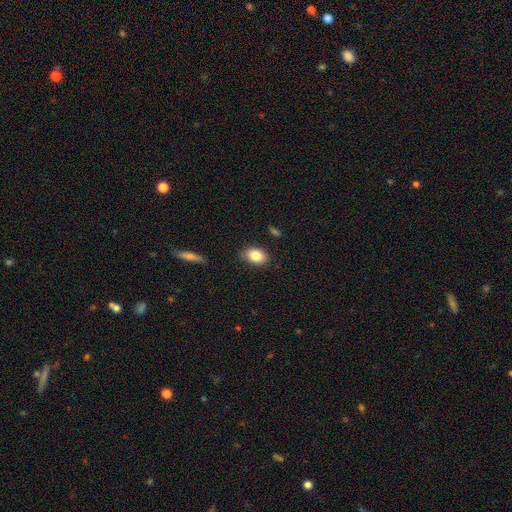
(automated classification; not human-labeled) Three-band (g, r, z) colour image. It shows a smooth galaxy with no disk features (85%) that is in between round and cigar-shaped (80%). Merging: none (84%).